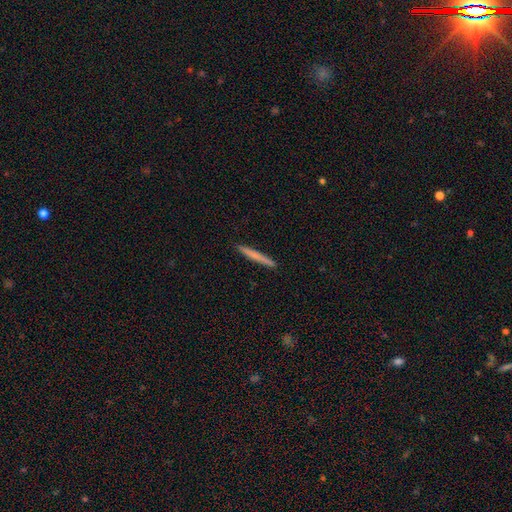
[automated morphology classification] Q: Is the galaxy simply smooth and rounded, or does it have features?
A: smooth — 68%.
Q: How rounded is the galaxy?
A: cigar-shaped — 97%.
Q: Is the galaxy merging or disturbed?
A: none — 92%.